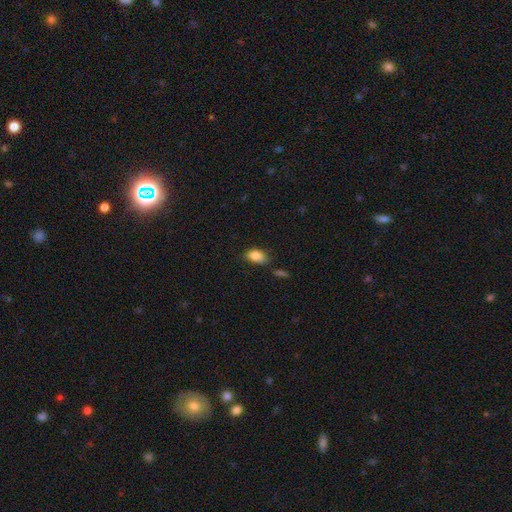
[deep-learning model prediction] This appears to be a smooth galaxy with no disk features (84%) that is in between round and cigar-shaped (89%). Merging: none (66%).